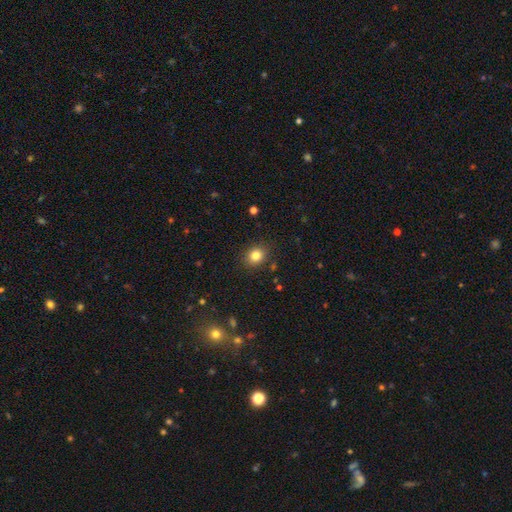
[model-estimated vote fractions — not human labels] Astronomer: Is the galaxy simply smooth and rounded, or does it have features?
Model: smooth — 82%.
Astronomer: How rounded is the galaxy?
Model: round — 70%.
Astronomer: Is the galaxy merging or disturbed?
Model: none — 88%.